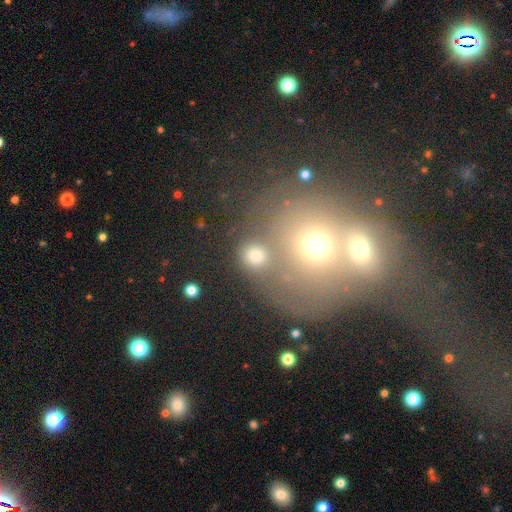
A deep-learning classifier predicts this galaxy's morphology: type=smooth (73%); roundness=round (83%); merging=none (57%).